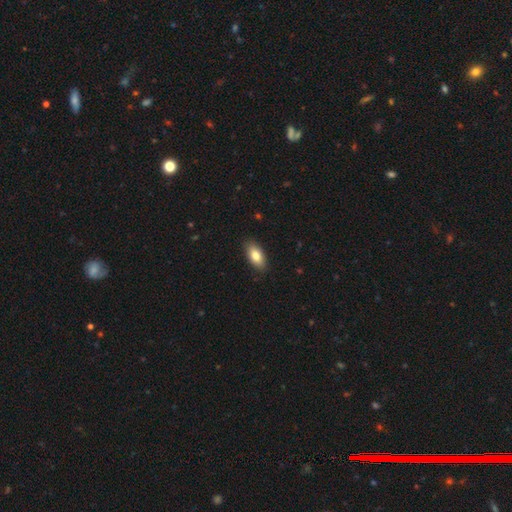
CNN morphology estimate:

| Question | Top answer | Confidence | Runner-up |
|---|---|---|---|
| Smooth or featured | smooth | 83% | featured or disk (11%) |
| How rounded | in between | 91% | cigar-shaped (6%) |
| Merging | none | 87% | minor disturbance (10%) |